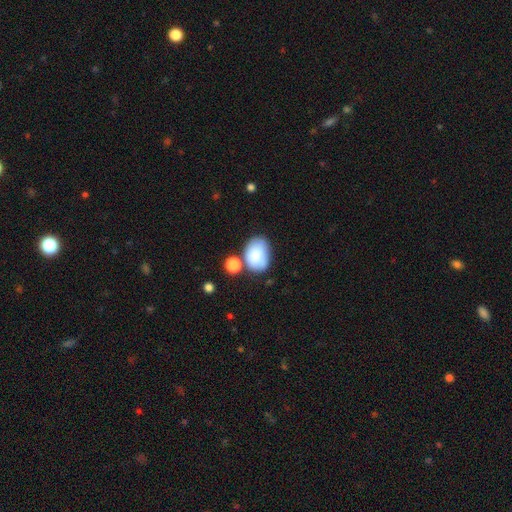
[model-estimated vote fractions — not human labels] Smooth or featured: smooth — 82% (featured or disk — 11%)
How rounded: in between — 81% (round — 18%)
Merging: none — 51% (minor disturbance — 22%)